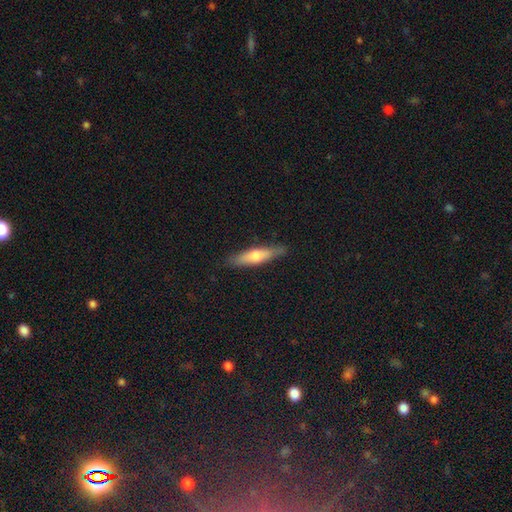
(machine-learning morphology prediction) smooth_or_featured: smooth (p=0.55) [alt: featured or disk p=0.39]
how_rounded: cigar-shaped (p=0.76) [alt: in between p=0.22]
merging: none (p=0.86) [alt: minor disturbance p=0.11]